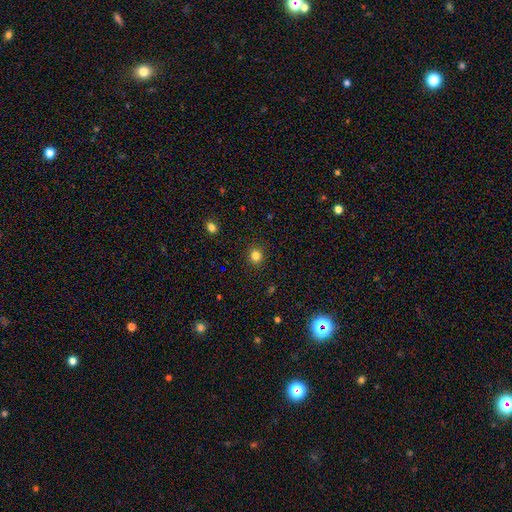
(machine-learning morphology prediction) smooth-or-featured: smooth: 81% | star or artifact: 14% | featured or disk: 5%
  how-rounded: round: 85% | in between: 14% | cigar-shaped: 1%
  merging: none: 91% | minor disturbance: 6% | major disturbance: 2% | merger: 1%